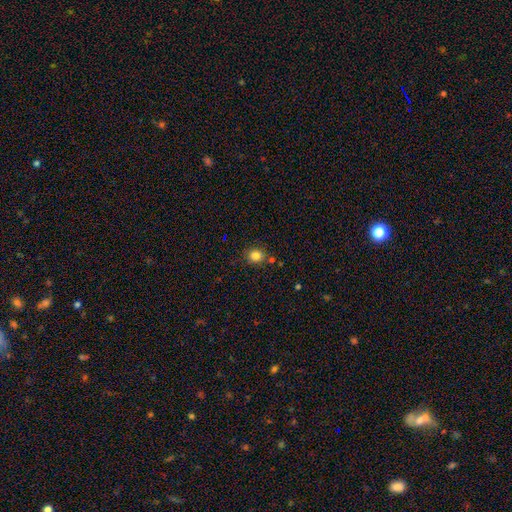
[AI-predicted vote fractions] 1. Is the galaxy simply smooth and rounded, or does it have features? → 83% smooth, 12% star or artifact, 6% featured or disk.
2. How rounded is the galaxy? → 76% round, 23% in between, 1% cigar-shaped.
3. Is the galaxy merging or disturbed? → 80% none, 11% minor disturbance, 6% merger, 3% major disturbance.